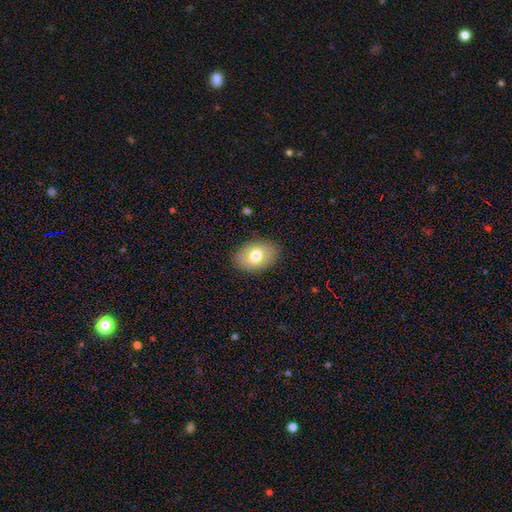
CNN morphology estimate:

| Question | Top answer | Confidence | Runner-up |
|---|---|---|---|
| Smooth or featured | smooth | 74% | featured or disk (18%) |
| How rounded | in between | 83% | round (16%) |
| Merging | none | 86% | minor disturbance (10%) |